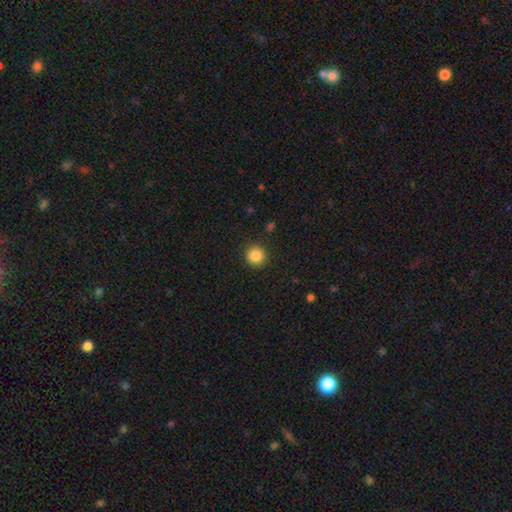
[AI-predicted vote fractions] Smooth or featured? smooth (86%)
How rounded? round (94%)
Merging? none (91%)